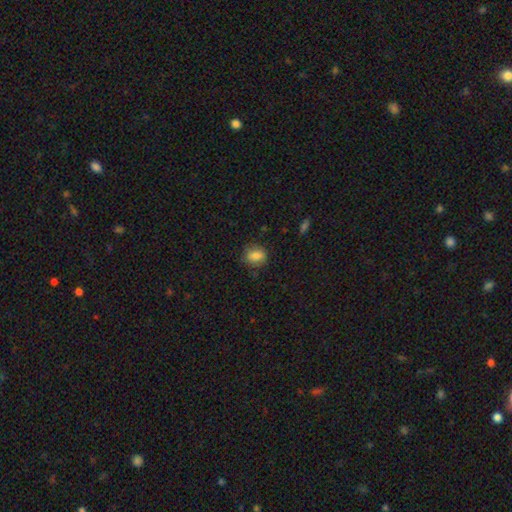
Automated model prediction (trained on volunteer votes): smooth-or-featured: smooth: 83% | star or artifact: 9% | featured or disk: 8%
  how-rounded: in between: 50% | round: 48% | cigar-shaped: 2%
  merging: none: 78% | minor disturbance: 17% | major disturbance: 4% | merger: 1%